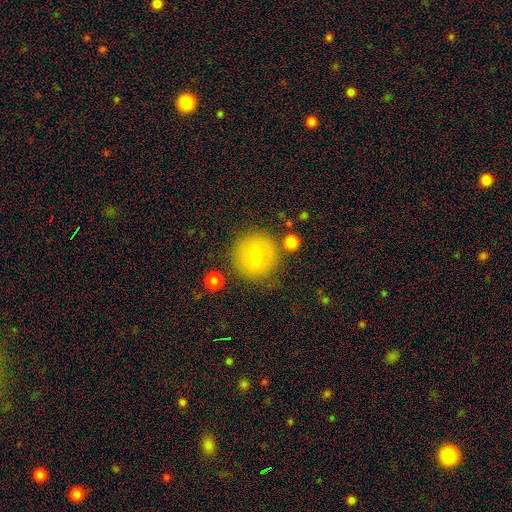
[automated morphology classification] The model was most divided on "smooth or featured": smooth: 74%, featured or disk: 17%, star or artifact: 9%. More confident: how rounded — round (93%); merging — none (80%).